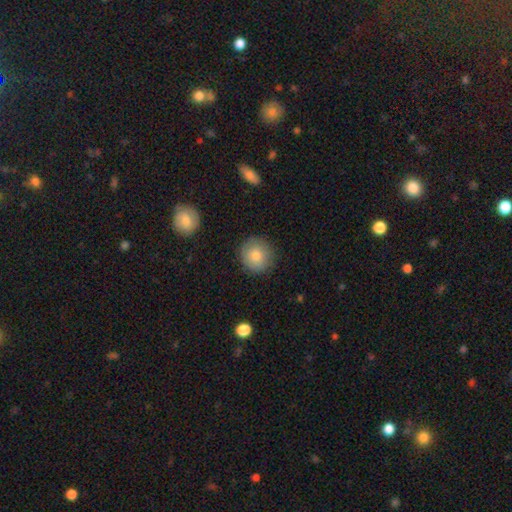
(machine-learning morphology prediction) This appears to be a smooth galaxy with no disk features (81%) that is round (89%). Merging: none (88%).